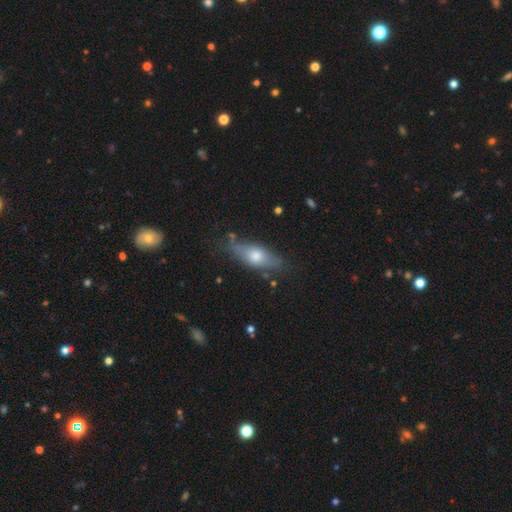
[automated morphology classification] This is possibly a smooth galaxy (54%). How rounded: likely in between (62%). Merging: likely none (75%).